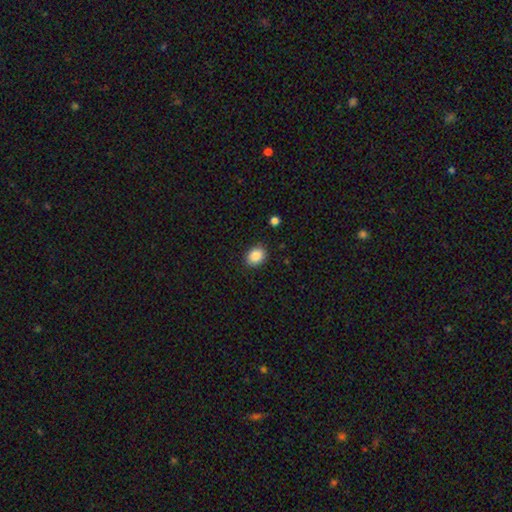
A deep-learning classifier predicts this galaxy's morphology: A smooth galaxy with no disk features (87%) that is in between round and cigar-shaped (52%). Merging: none (87%).